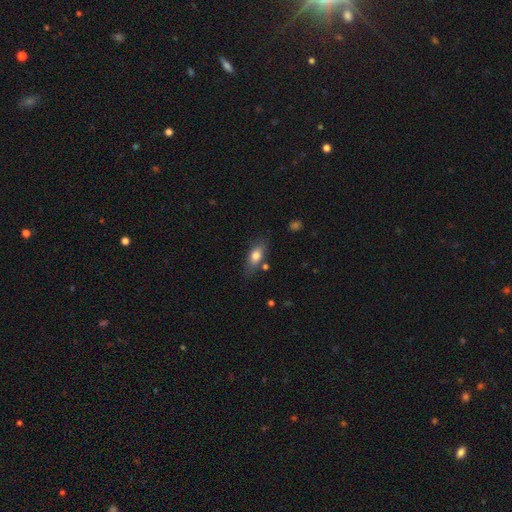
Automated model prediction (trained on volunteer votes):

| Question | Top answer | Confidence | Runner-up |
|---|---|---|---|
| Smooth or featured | smooth | 76% | featured or disk (17%) |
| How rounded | in between | 78% | cigar-shaped (18%) |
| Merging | none | 72% | minor disturbance (18%) |